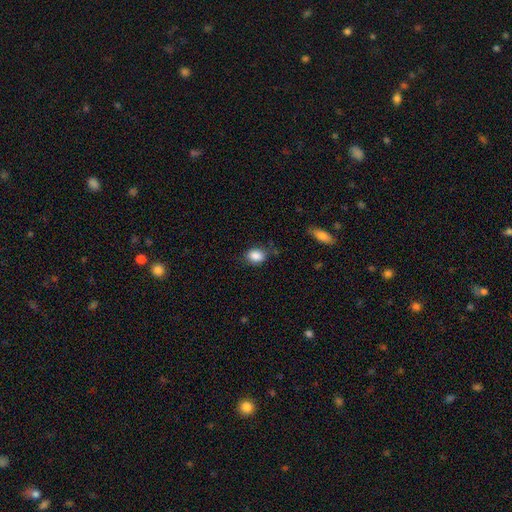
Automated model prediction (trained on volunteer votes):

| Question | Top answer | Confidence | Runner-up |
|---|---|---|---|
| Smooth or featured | smooth | 87% | star or artifact (8%) |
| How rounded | in between | 64% | round (35%) |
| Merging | none | 73% | minor disturbance (20%) |